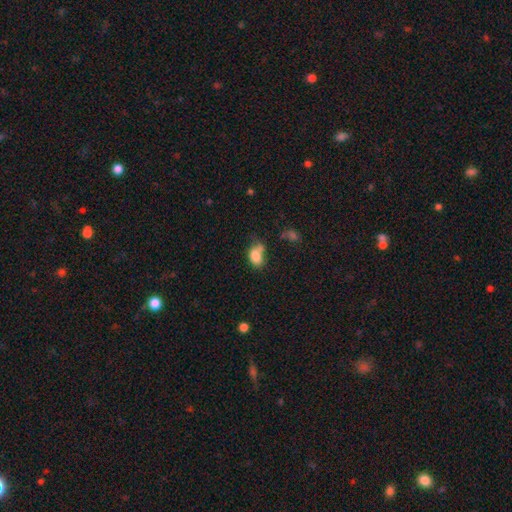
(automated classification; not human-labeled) A smooth galaxy with no disk features (80%) that is in between round and cigar-shaped (78%).

Vote fractions:
- Smooth or featured? smooth: 80% / featured or disk: 10% / star or artifact: 10%
- How rounded? in between: 78% / round: 20% / cigar-shaped: 2%
- Merging? none: 38% / merger: 27% / minor disturbance: 24% / major disturbance: 11%